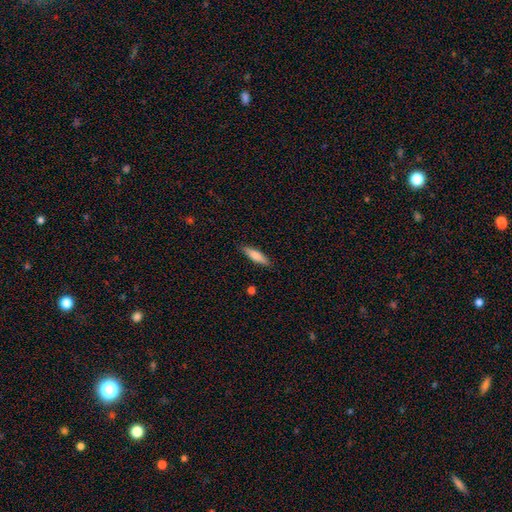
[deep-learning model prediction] Q: Smooth or featured?
A: smooth (75%); runner-up: featured or disk (19%)
Q: How rounded?
A: cigar-shaped (71%); runner-up: in between (27%)
Q: Merging?
A: none (88%); runner-up: minor disturbance (9%)